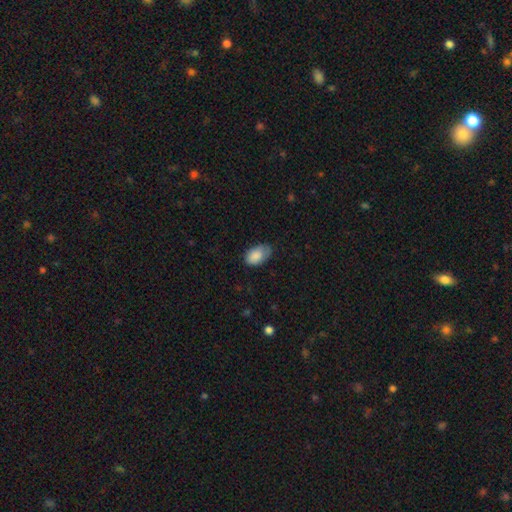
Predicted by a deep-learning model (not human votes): The model was most divided on "merging": none: 58%, minor disturbance: 33%, major disturbance: 8%, merger: 1%. More confident: how rounded — in between (92%); smooth or featured — smooth (85%).